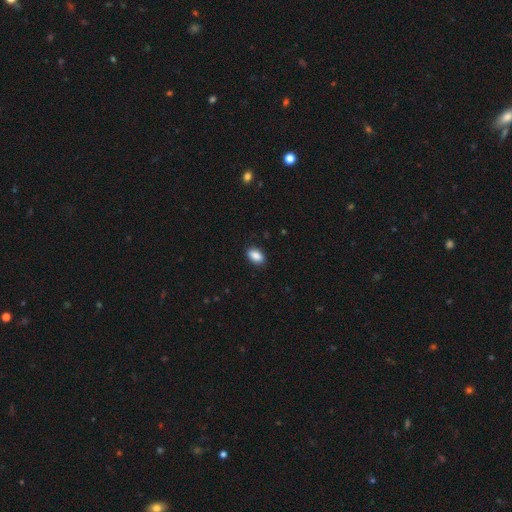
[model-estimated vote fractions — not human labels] Smooth or featured? smooth (89%)
How rounded? in between (92%)
Merging? none (88%)